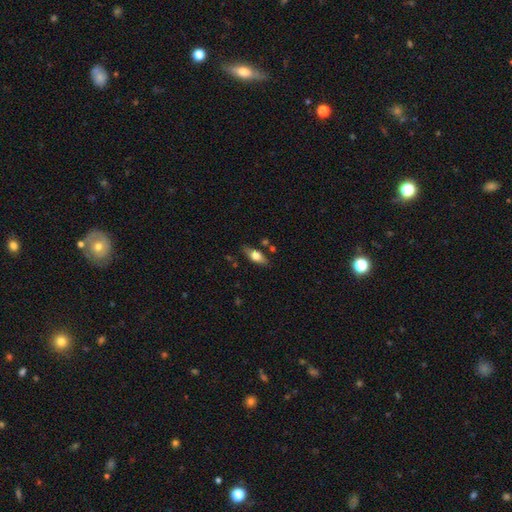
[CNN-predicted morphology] A smooth galaxy with no disk features (63%) that is in between round and cigar-shaped (77%).

Vote fractions:
- Smooth or featured? smooth: 63% / featured or disk: 30% / star or artifact: 7%
- How rounded? in between: 77% / cigar-shaped: 19% / round: 4%
- Merging? none: 78% / minor disturbance: 14% / merger: 4% / major disturbance: 3%